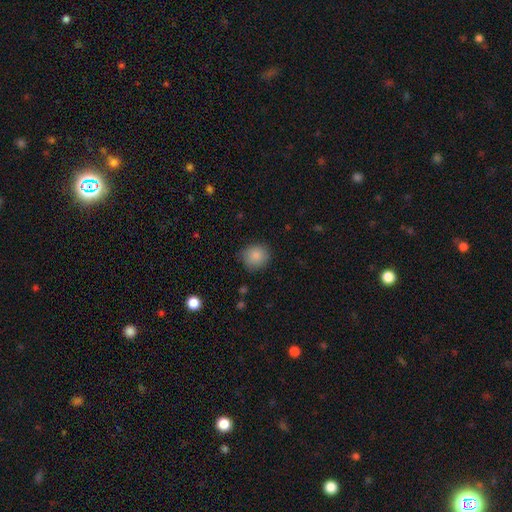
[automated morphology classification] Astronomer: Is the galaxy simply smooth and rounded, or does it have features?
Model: smooth — 87%.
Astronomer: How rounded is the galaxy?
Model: round — 83%.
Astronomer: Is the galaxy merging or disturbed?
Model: none — 82%.